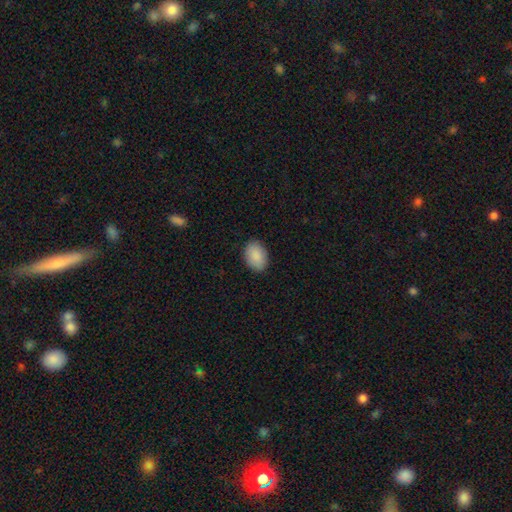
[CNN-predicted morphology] Overall: smooth (90%). How rounded: in between (85%). Merging: none (88%).